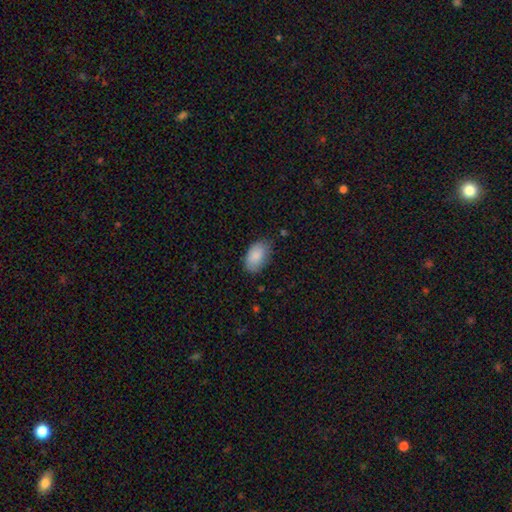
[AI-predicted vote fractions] Q: Smooth or featured?
A: smooth (88%); runner-up: star or artifact (6%)
Q: How rounded?
A: in between (94%); runner-up: round (5%)
Q: Merging?
A: none (72%); runner-up: minor disturbance (23%)